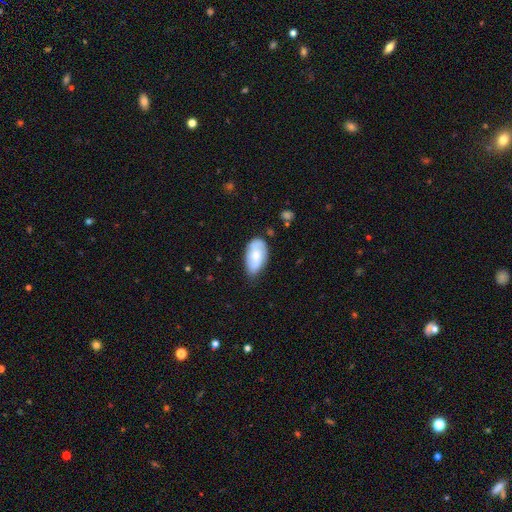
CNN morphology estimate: Smooth or featured?
  - smooth: 65% *
  - featured or disk: 29%
  - star or artifact: 6%
How rounded?
  - in between: 94% *
  - round: 4%
  - cigar-shaped: 2%
Merging?
  - none: 59% *
  - minor disturbance: 33%
  - major disturbance: 6%
  - merger: 2%